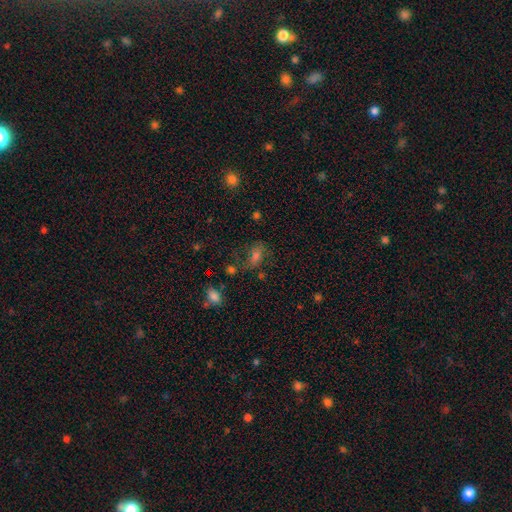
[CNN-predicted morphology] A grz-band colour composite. It shows a smooth galaxy with no disk features (49%). Merging: none (58%).